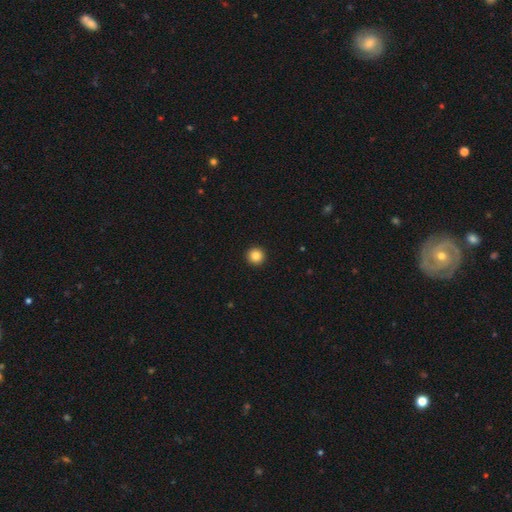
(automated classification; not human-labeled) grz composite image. It shows a smooth galaxy with no disk features (85%) that is round (96%). Merging: none (94%).